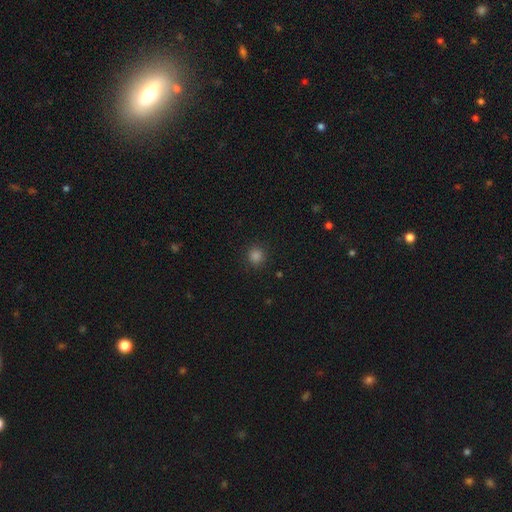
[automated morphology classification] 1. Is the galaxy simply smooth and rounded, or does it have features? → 82% smooth, 14% star or artifact, 3% featured or disk.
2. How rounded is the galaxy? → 93% round, 6% in between, 1% cigar-shaped.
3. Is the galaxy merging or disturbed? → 91% none, 6% minor disturbance, 2% major disturbance, 1% merger.